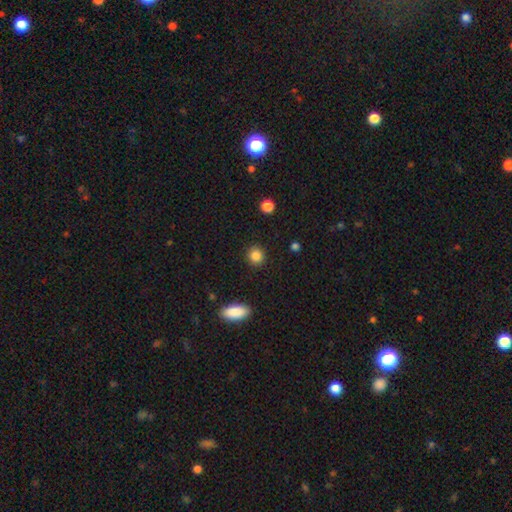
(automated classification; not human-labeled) This appears to be a smooth galaxy with no disk features (86%) that is round (87%). Merging: none (91%).